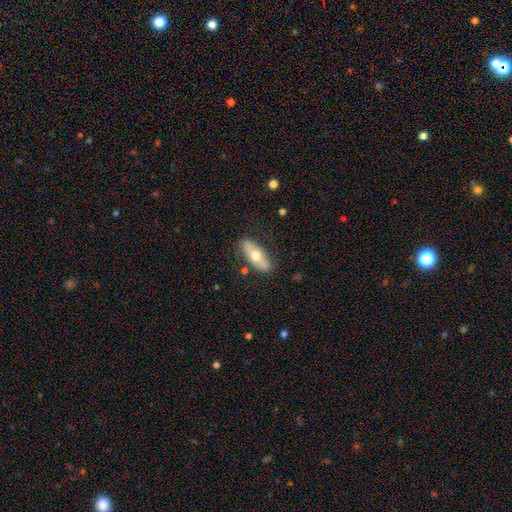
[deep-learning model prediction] Q: Smooth or featured?
A: smooth (57%); runner-up: featured or disk (37%)
Q: How rounded?
A: in between (72%); runner-up: cigar-shaped (25%)
Q: Merging?
A: none (82%); runner-up: minor disturbance (13%)